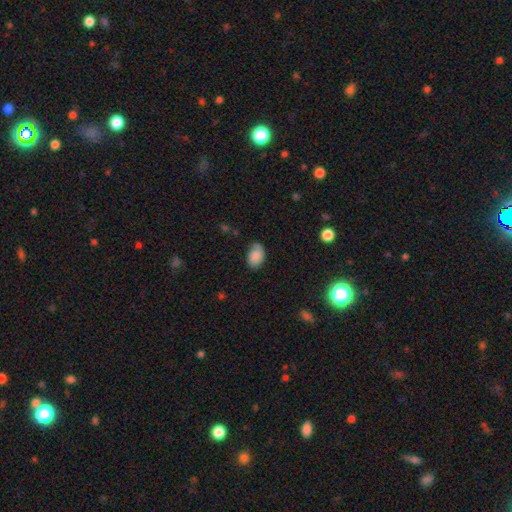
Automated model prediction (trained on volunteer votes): Smooth or featured? Predicted: smooth (p=0.80). How rounded? Predicted: in between (p=0.86). Merging? Predicted: none (p=0.61).